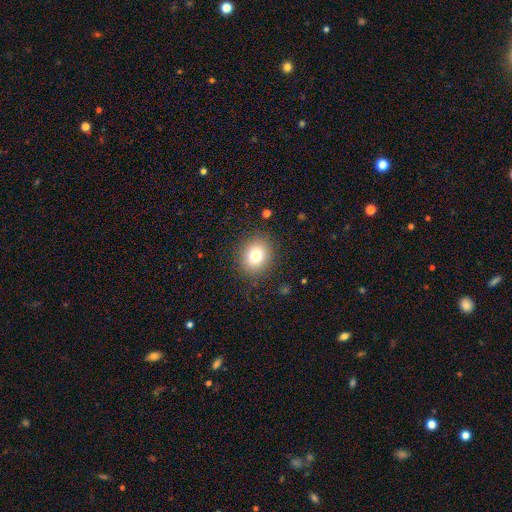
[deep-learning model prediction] Smooth or featured?
  - smooth: 79% *
  - star or artifact: 11%
  - featured or disk: 10%
How rounded?
  - round: 65% *
  - in between: 34%
  - cigar-shaped: 1%
Merging?
  - none: 87% *
  - minor disturbance: 8%
  - major disturbance: 3%
  - merger: 1%